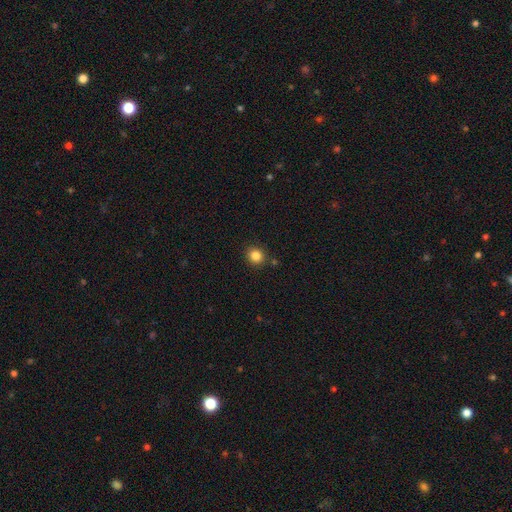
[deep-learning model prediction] Smooth or featured: smooth — 84% (star or artifact — 11%)
How rounded: round — 86% (in between — 13%)
Merging: none — 87% (minor disturbance — 8%)